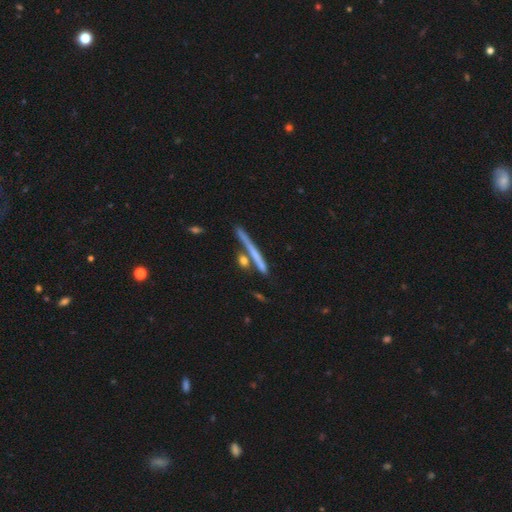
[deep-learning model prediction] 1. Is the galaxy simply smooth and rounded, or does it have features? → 47% featured or disk, 45% smooth, 8% star or artifact.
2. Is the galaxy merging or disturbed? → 70% none, 14% merger, 11% minor disturbance, 4% major disturbance.